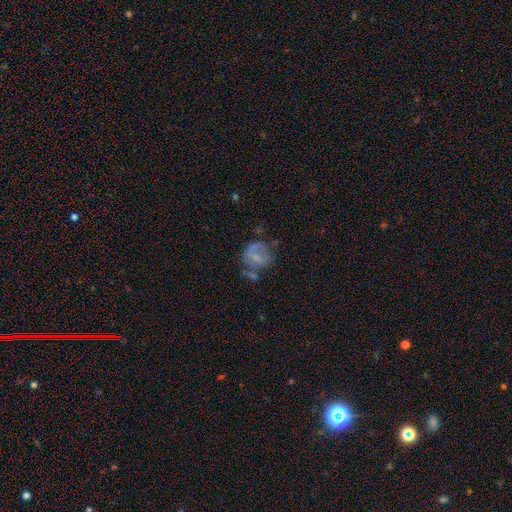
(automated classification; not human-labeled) featured or disk 46%, smooth 42%, star or artifact 12%. Down the decision tree: merging — none (38%).